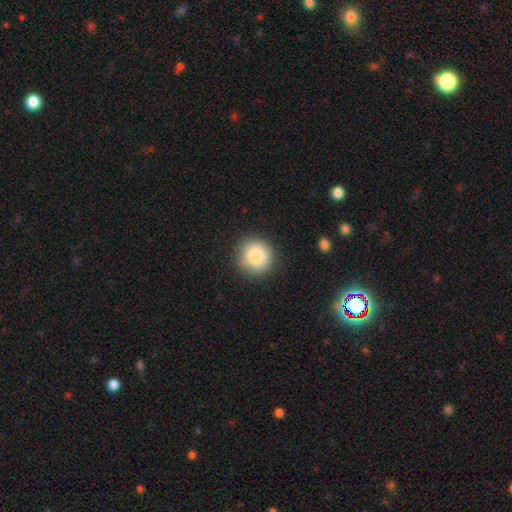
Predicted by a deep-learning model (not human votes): This is clearly a smooth galaxy (86%). How rounded: clearly round (92%). Merging: clearly none (88%).